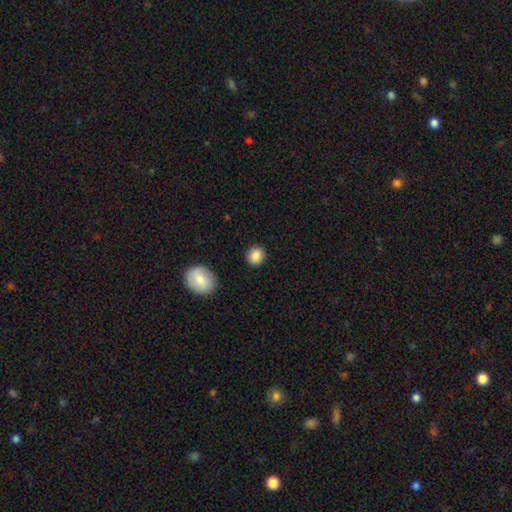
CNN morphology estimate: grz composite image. It shows a smooth galaxy with no disk features (87%) that is round (83%). Merging: none (88%).